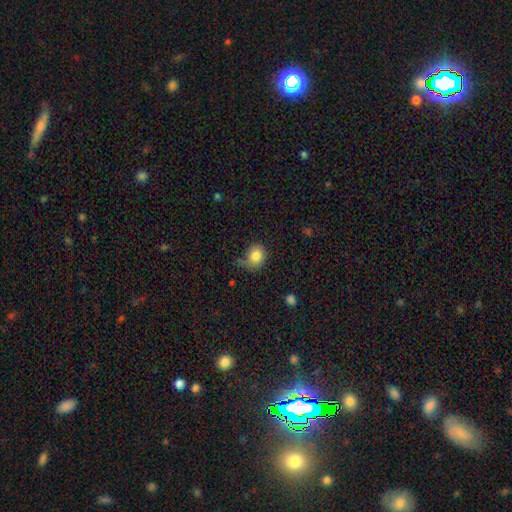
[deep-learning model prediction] A smooth galaxy with no disk features (83%) that is round (64%). Merging: none (67%).